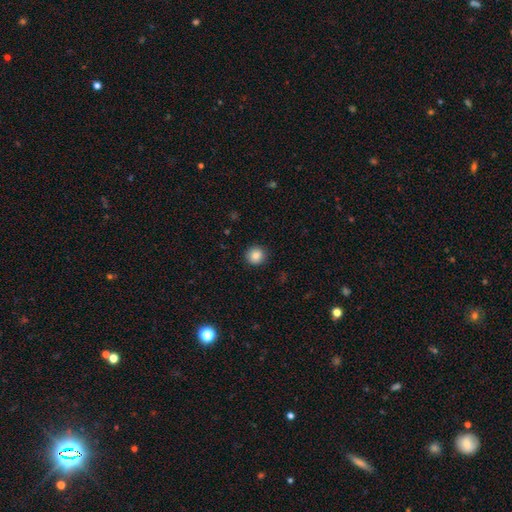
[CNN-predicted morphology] smooth_or_featured: smooth (p=0.86) [alt: star or artifact p=0.09]
how_rounded: round (p=0.93) [alt: in between p=0.06]
merging: none (p=0.91) [alt: minor disturbance p=0.06]